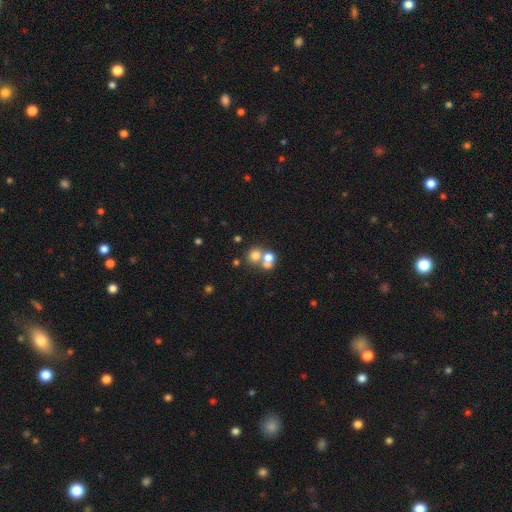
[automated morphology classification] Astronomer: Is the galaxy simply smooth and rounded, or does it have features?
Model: smooth — 68%.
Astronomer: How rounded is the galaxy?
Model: round — 80%.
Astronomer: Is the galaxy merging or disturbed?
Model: merger — 51% (runner-up: none, 39%).